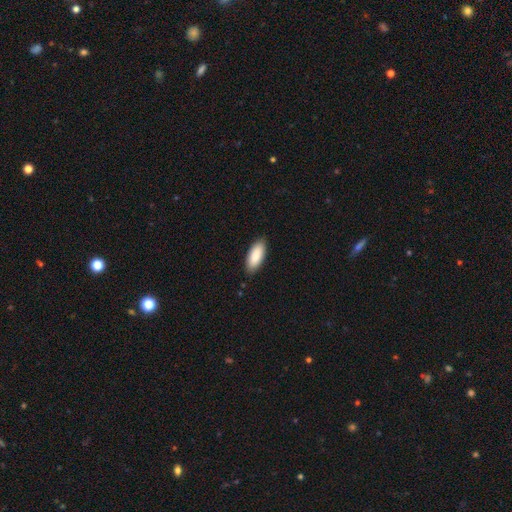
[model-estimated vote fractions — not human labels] Q: Smooth or featured?
A: smooth (89%); runner-up: featured or disk (6%)
Q: How rounded?
A: in between (84%); runner-up: cigar-shaped (14%)
Q: Merging?
A: none (87%); runner-up: minor disturbance (10%)